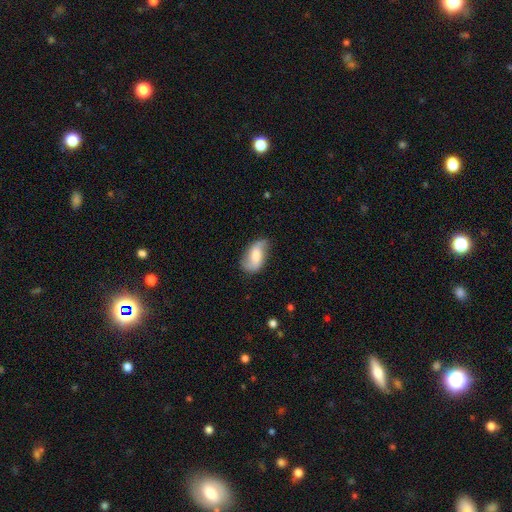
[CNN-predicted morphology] Smooth or featured: featured or disk — 53% (smooth — 39%)
Edge-on disk: no — 94% (yes — 6%)
Bar: no — 43% (weak — 42%)
Spiral arms: yes — 88% (no — 12%)
Bulge size: moderate — 46% (small — 26%)
Merging: none — 65% (minor disturbance — 25%)